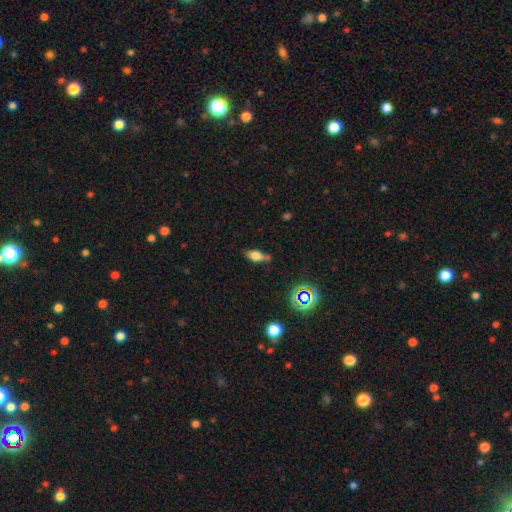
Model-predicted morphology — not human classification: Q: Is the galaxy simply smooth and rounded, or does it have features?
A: smooth — 67%.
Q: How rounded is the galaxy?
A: in between — 81%.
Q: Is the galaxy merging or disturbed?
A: none — 65%.